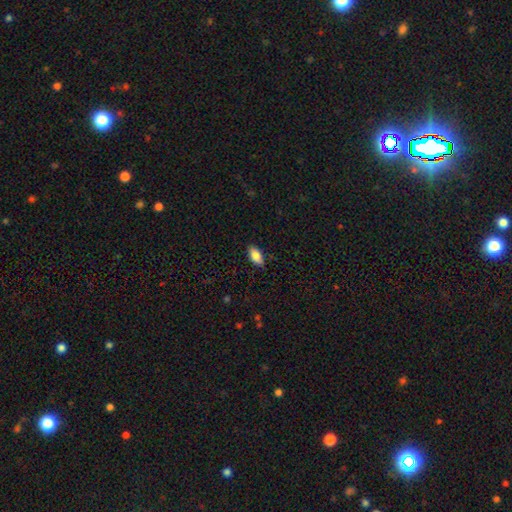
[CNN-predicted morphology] smooth-or-featured: smooth: 85% | featured or disk: 8% | star or artifact: 7%
  how-rounded: in between: 90% | cigar-shaped: 8% | round: 3%
  merging: none: 84% | minor disturbance: 12% | major disturbance: 2% | merger: 1%